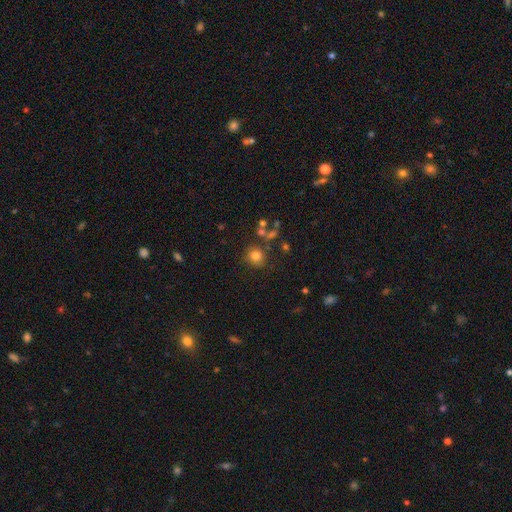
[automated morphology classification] A smooth galaxy with no disk features (78%) that is round (83%). Merging: none (73%).